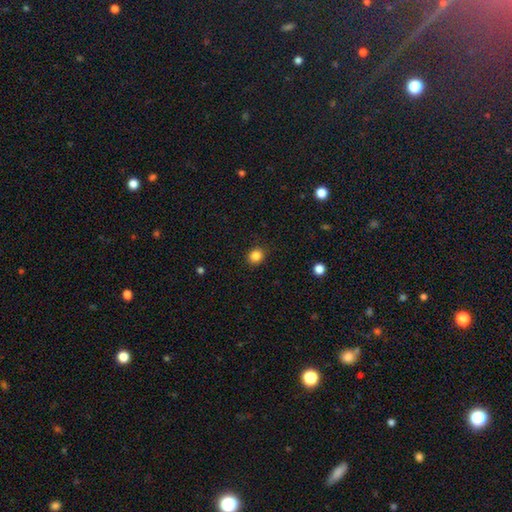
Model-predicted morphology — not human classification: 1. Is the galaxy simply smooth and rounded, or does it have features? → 85% smooth, 11% star or artifact, 4% featured or disk.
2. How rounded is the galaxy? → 74% round, 25% in between, 1% cigar-shaped.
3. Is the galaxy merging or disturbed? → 88% none, 8% minor disturbance, 2% major disturbance, 1% merger.